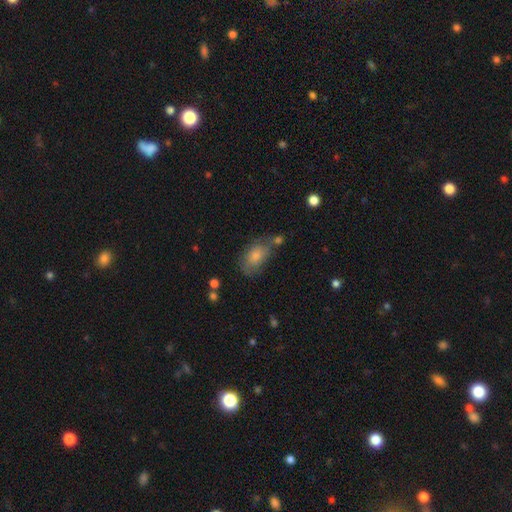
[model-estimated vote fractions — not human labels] A smooth galaxy with no disk features (78%) that is in between round and cigar-shaped (88%).

Vote fractions:
- Smooth or featured? smooth: 78% / featured or disk: 14% / star or artifact: 8%
- How rounded? in between: 88% / round: 10% / cigar-shaped: 2%
- Merging? none: 46% / minor disturbance: 26% / merger: 15% / major disturbance: 12%